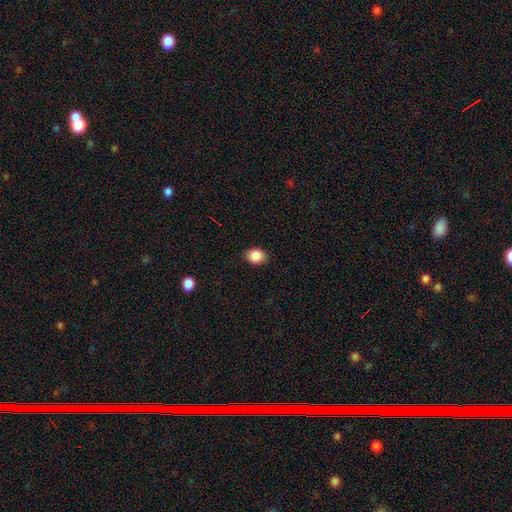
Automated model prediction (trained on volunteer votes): The model was most divided on "how rounded": in between: 52%, round: 47%, cigar-shaped: 1%. More confident: smooth or featured — smooth (87%); merging — none (85%).